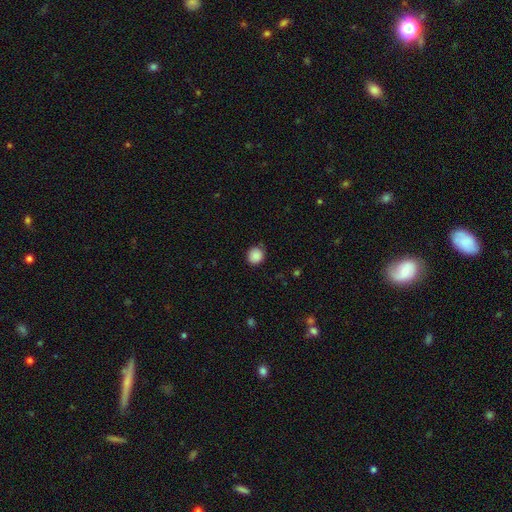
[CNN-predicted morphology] smooth 88%, star or artifact 9%, featured or disk 3%. Down the decision tree: how rounded — round (87%); merging — none (83%).